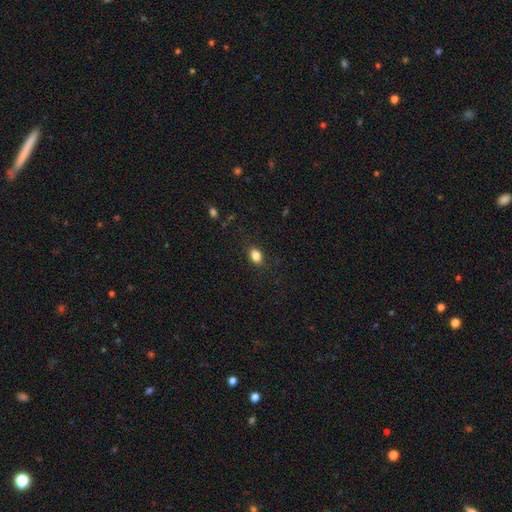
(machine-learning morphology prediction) A smooth galaxy with no disk features (85%) that is in between round and cigar-shaped (78%). Merging: none (85%).